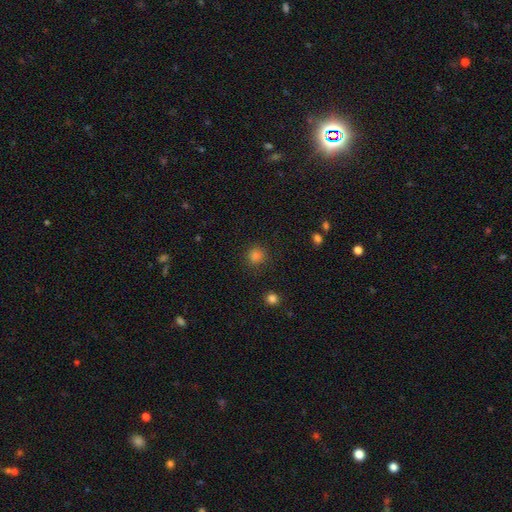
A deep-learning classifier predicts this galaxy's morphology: smooth-or-featured: smooth: 78% | star or artifact: 18% | featured or disk: 4%
  how-rounded: round: 89% | in between: 10% | cigar-shaped: 1%
  merging: none: 87% | minor disturbance: 8% | major disturbance: 3% | merger: 2%